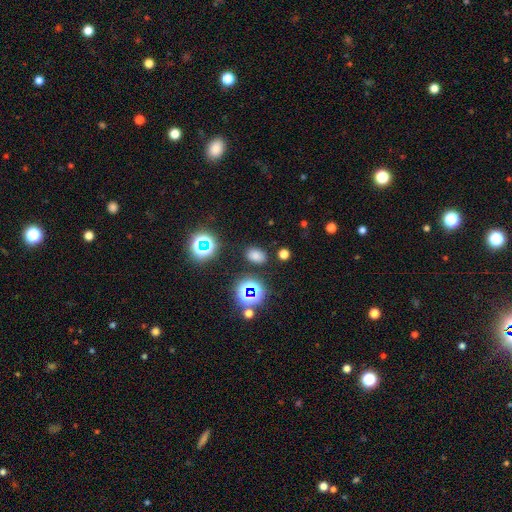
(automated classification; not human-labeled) Q: Smooth or featured?
A: smooth (71%); runner-up: star or artifact (23%)
Q: How rounded?
A: in between (79%); runner-up: round (20%)
Q: Merging?
A: none (85%); runner-up: minor disturbance (9%)